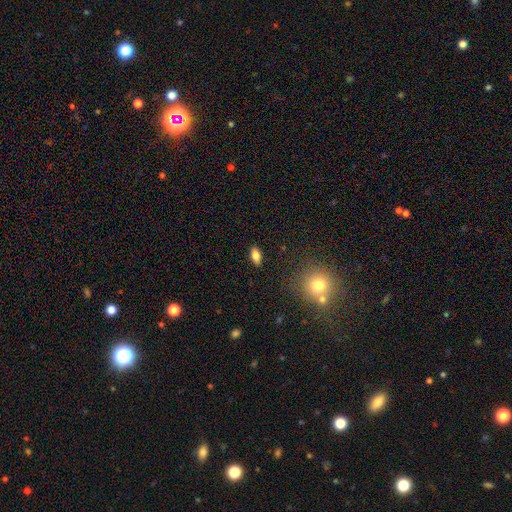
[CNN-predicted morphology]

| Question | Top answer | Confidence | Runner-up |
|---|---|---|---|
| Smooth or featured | smooth | 79% | featured or disk (12%) |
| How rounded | in between | 88% | round (6%) |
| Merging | none | 88% | minor disturbance (8%) |